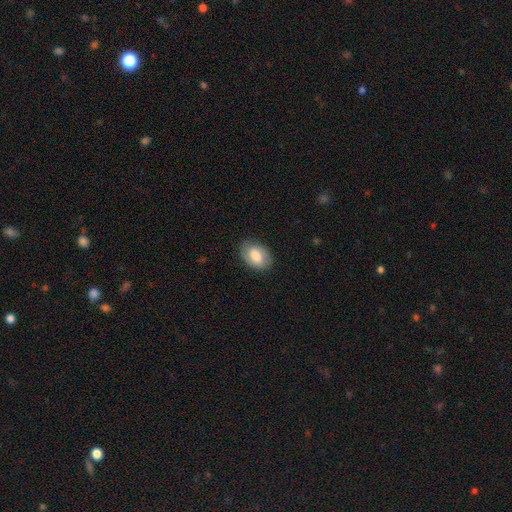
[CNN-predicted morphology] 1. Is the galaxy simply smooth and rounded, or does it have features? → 70% smooth, 23% featured or disk, 7% star or artifact.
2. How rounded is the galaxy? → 87% in between, 12% round, 1% cigar-shaped.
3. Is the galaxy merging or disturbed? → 83% none, 13% minor disturbance, 3% major disturbance, 1% merger.